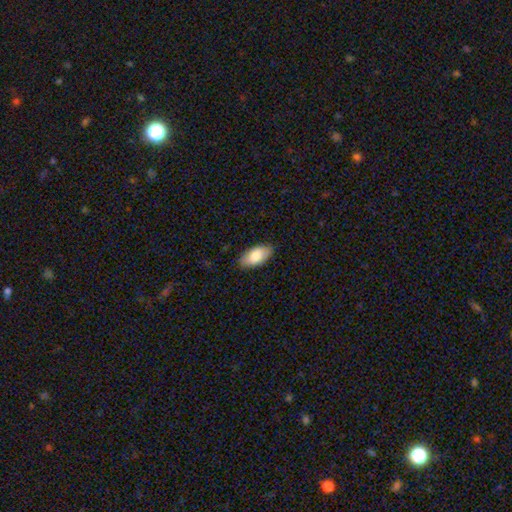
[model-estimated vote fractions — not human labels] Smooth or featured: smooth — 82% (featured or disk — 12%)
How rounded: in between — 94% (cigar-shaped — 4%)
Merging: none — 86% (minor disturbance — 11%)